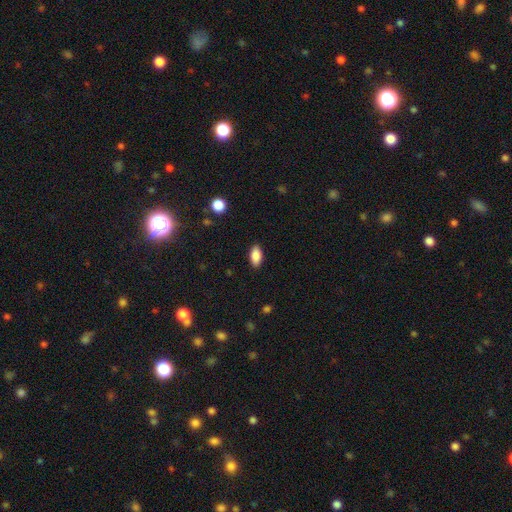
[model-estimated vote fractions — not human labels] Smooth or featured? smooth (88%)
How rounded? in between (92%)
Merging? none (89%)